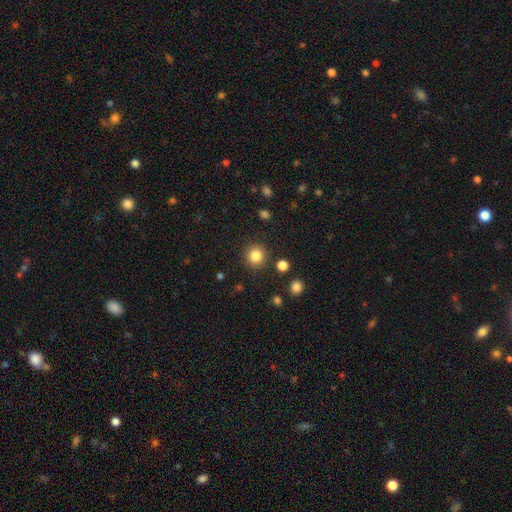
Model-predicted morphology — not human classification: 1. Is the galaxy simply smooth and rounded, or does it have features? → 84% smooth, 11% star or artifact, 5% featured or disk.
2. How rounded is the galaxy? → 93% round, 7% in between, 1% cigar-shaped.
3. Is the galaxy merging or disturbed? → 89% none, 6% minor disturbance, 3% major disturbance, 2% merger.